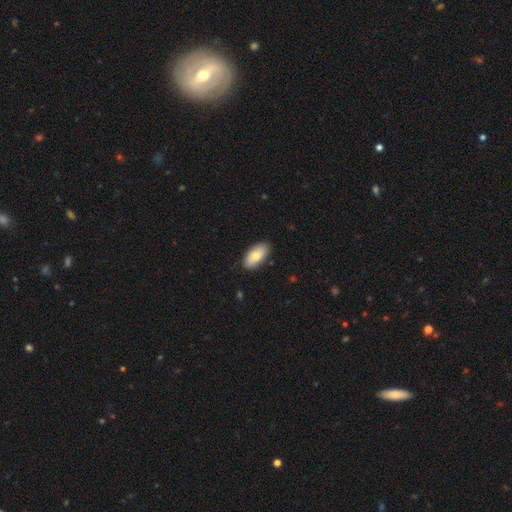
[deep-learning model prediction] Smooth or featured? Predicted: smooth (p=0.76). How rounded? Predicted: in between (p=0.93). Merging? Predicted: none (p=0.87).